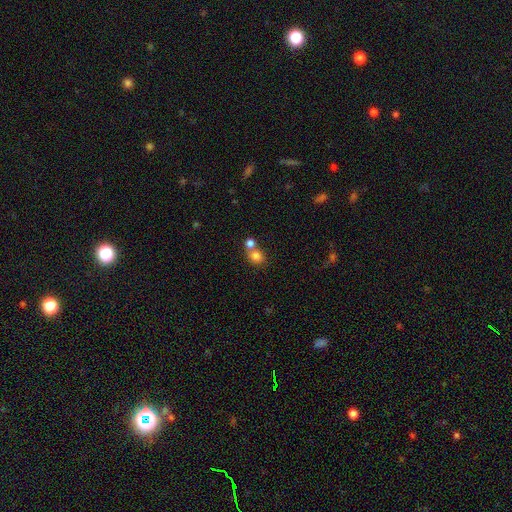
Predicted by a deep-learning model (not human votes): Smooth or featured? Predicted: smooth (p=0.81). How rounded? Predicted: round (p=0.75). Merging? Predicted: none (p=0.48).